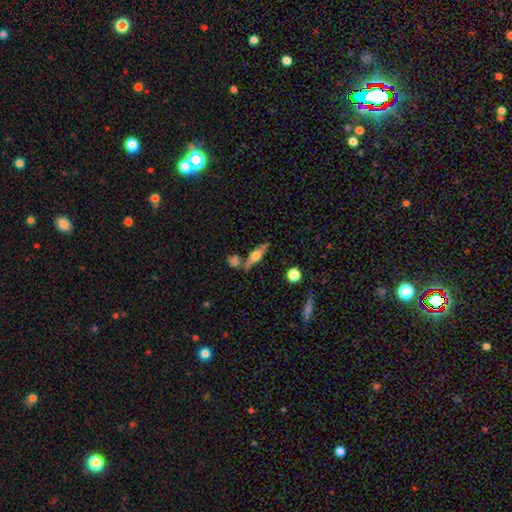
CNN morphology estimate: The model was most divided on "smooth or featured": featured or disk: 56%, smooth: 37%, star or artifact: 7%. More confident: edge-on bulge — rounded (93%); edge-on disk — yes (92%); merging — none (72%).